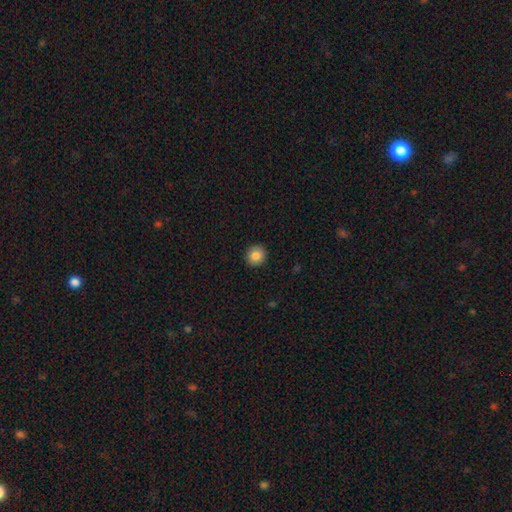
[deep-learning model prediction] Smooth or featured? Predicted: smooth (p=0.84). How rounded? Predicted: round (p=0.87). Merging? Predicted: none (p=0.92).